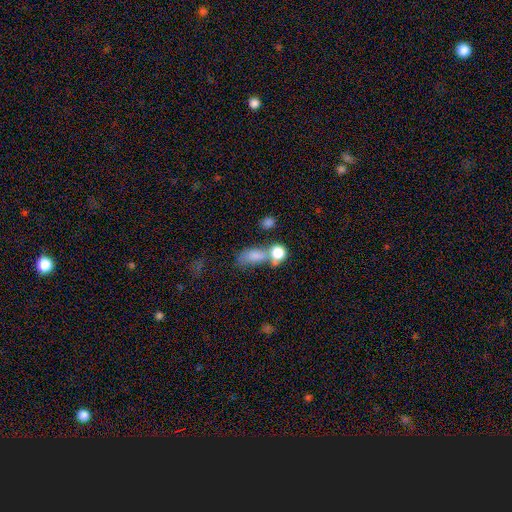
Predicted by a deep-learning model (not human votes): smooth_or_featured: smooth (p=0.76) [alt: featured or disk p=0.12]
how_rounded: in between (p=0.75) [alt: round p=0.18]
merging: merger (p=0.42) [alt: none p=0.29]